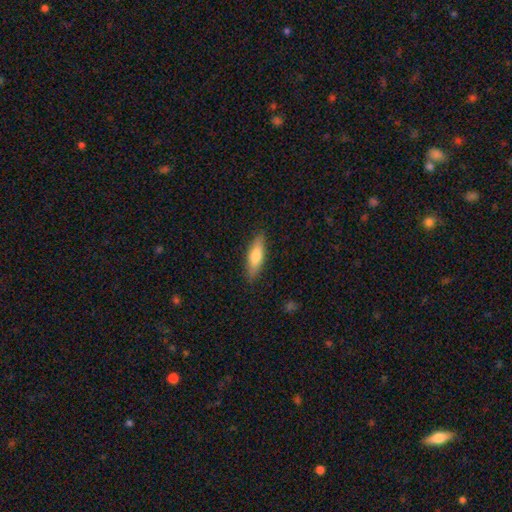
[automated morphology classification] This is likely a smooth galaxy (69%). How rounded: possibly cigar-shaped (54%). Merging: clearly none (88%).